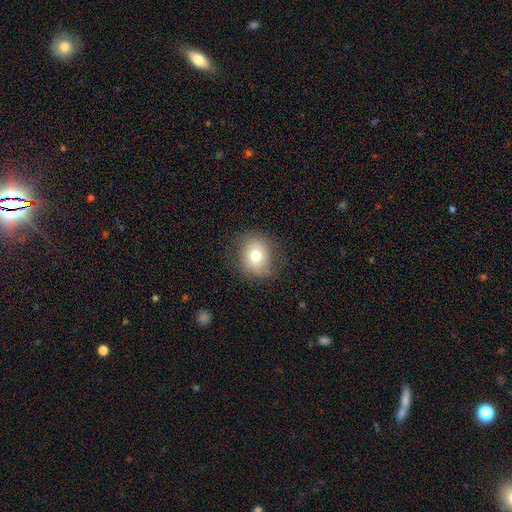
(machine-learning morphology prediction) A smooth galaxy with no disk features (71%) that is round (68%). Merging: none (75%).